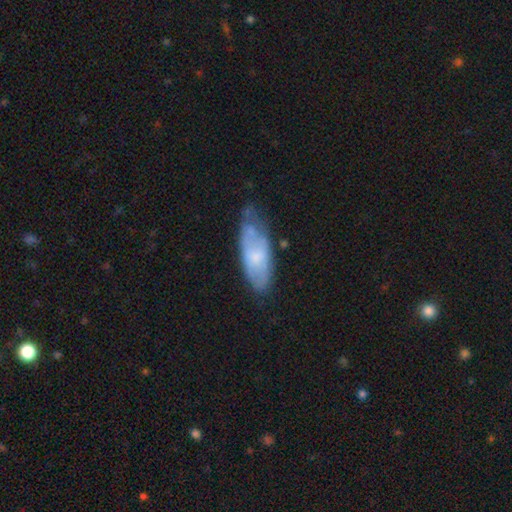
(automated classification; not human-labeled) Overall: smooth (54%; featured or disk 39%). How rounded: in between (71%). Merging: none (48%; minor disturbance 36%).